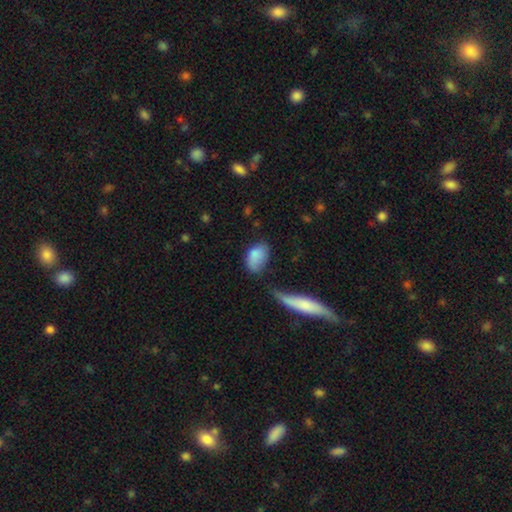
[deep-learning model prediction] Smooth or featured? Predicted: smooth (p=0.83). How rounded? Predicted: in between (p=0.89). Merging? Predicted: none (p=0.47).